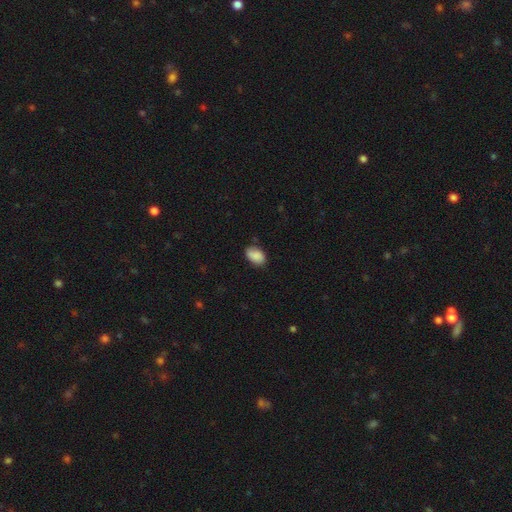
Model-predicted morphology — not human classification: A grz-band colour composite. It shows a smooth galaxy with no disk features (85%) that is in between round and cigar-shaped (88%). Merging: none (69%).